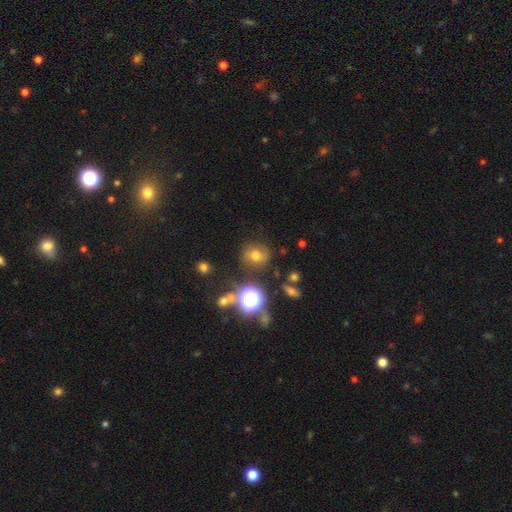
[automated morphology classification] A smooth galaxy with no disk features (60%) that is round (80%). Merging: none (74%).